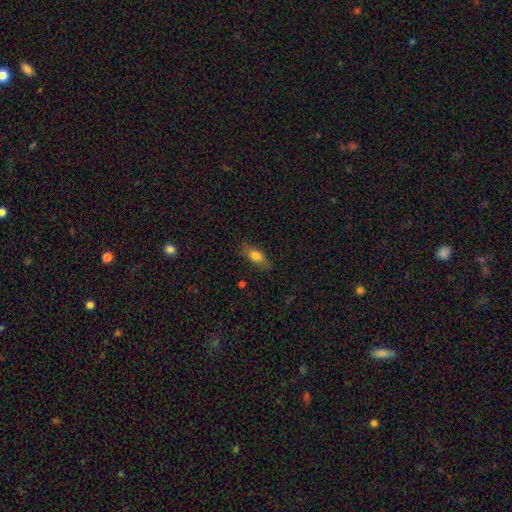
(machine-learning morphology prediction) Overall: smooth (77%). How rounded: in between (79%). Merging: none (81%).